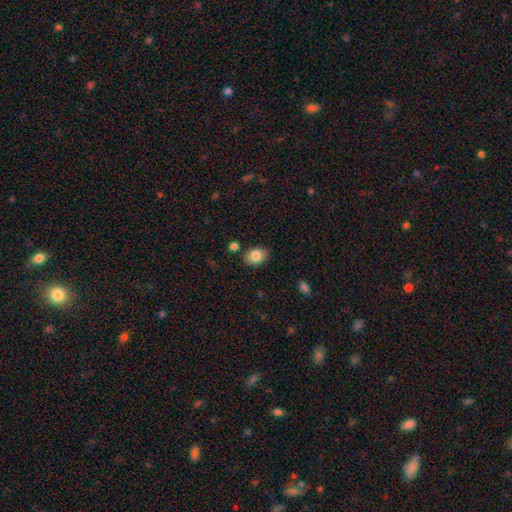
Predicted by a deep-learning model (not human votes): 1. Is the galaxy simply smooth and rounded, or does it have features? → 84% smooth, 8% featured or disk, 8% star or artifact.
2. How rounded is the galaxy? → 74% in between, 25% round, 1% cigar-shaped.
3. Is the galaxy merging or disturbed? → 84% none, 11% minor disturbance, 3% merger, 2% major disturbance.